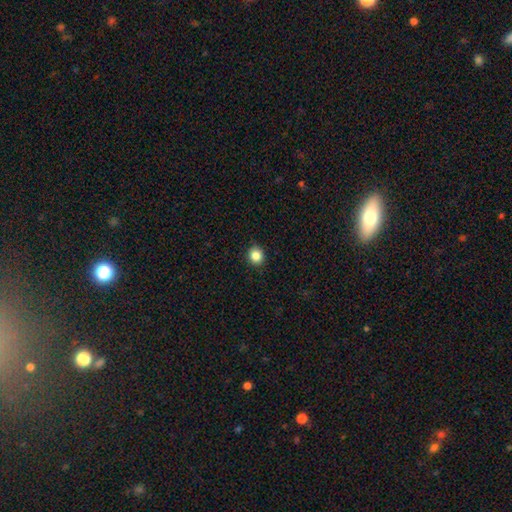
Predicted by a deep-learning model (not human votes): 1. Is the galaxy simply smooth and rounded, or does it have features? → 86% smooth, 10% star or artifact, 4% featured or disk.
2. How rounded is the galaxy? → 81% round, 18% in between, 1% cigar-shaped.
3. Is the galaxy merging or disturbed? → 90% none, 7% minor disturbance, 2% major disturbance, 1% merger.